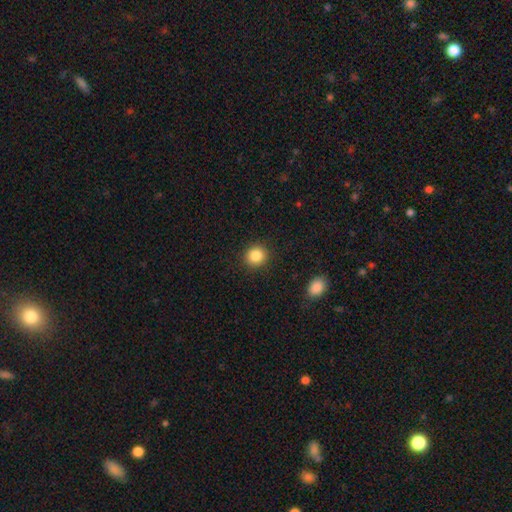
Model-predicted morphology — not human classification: Overall: smooth (85%). How rounded: round (88%). Merging: none (91%).